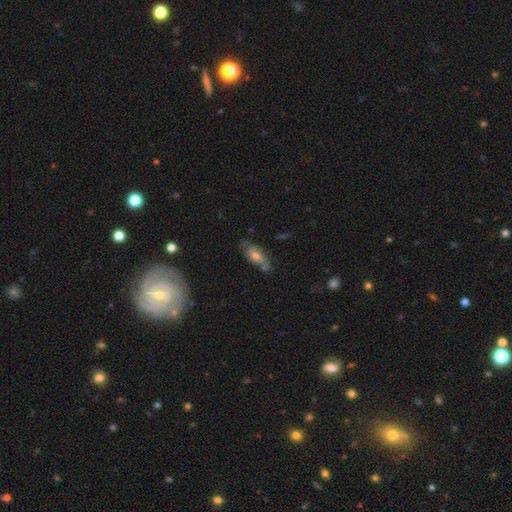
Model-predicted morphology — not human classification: This appears to be a featured or disk galaxy (46%). Merging: none (62%).